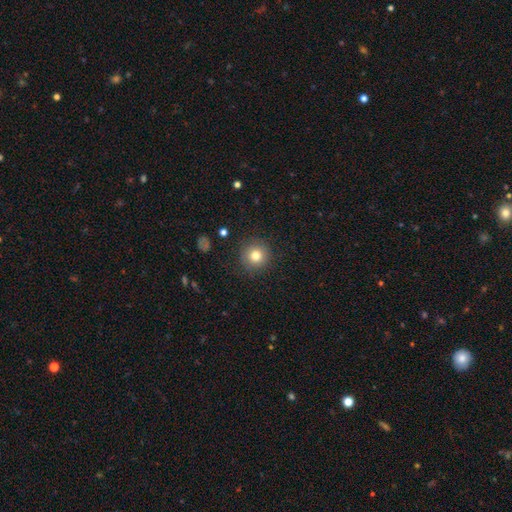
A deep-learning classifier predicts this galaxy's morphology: Smooth or featured? Predicted: smooth (p=0.79). How rounded? Predicted: round (p=0.94). Merging? Predicted: none (p=0.88).